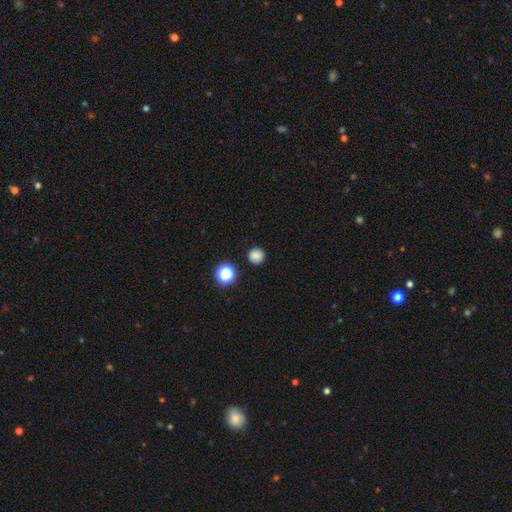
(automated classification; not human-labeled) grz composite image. It shows a smooth galaxy with no disk features (82%) that is round (93%). Merging: none (89%).